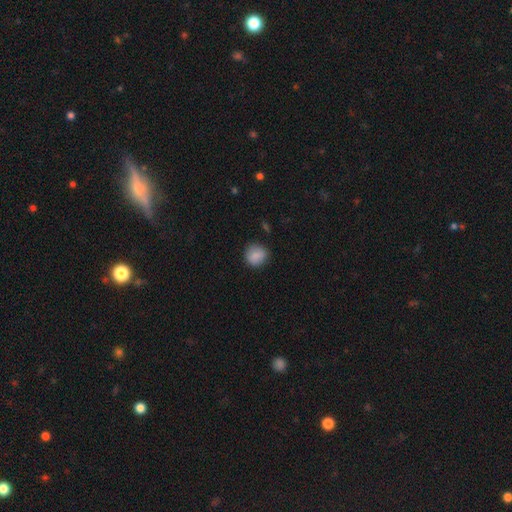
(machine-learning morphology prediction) smooth_or_featured: smooth (p=0.87) [alt: star or artifact p=0.08]
how_rounded: round (p=0.86) [alt: in between p=0.13]
merging: none (p=0.84) [alt: minor disturbance p=0.12]